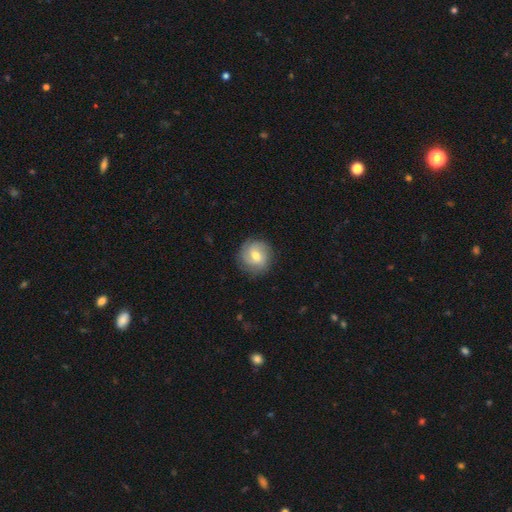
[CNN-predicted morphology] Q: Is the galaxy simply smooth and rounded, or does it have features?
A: featured or disk — 51%.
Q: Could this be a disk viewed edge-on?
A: no — 96%.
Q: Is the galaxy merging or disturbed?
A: none — 83%.